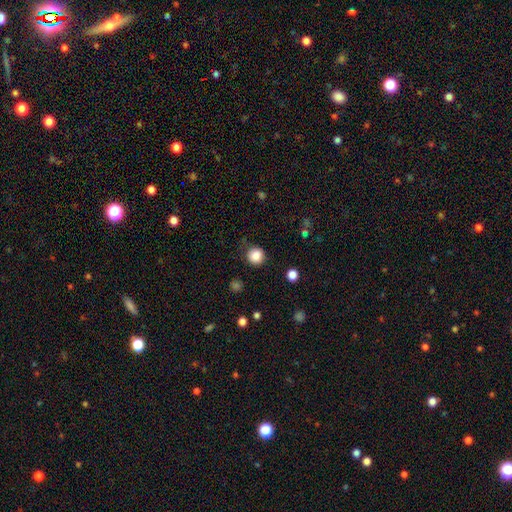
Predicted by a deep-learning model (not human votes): Smooth or featured? Predicted: smooth (p=0.86). How rounded? Predicted: round (p=0.92). Merging? Predicted: none (p=0.85).